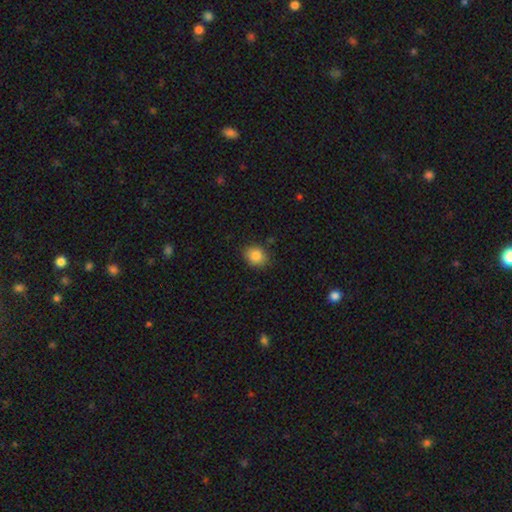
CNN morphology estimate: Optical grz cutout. It shows a smooth galaxy with no disk features (85%) that is round (55%). Merging: none (84%).